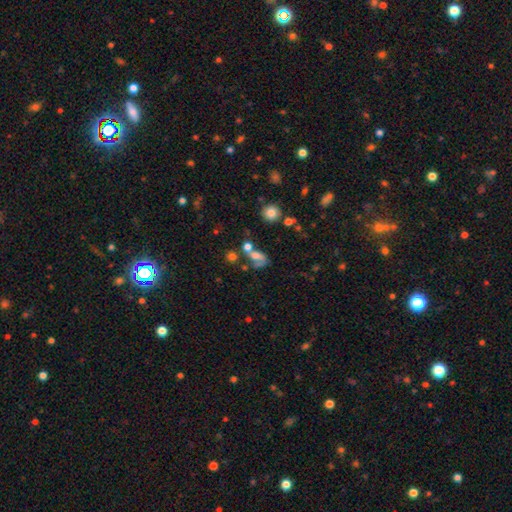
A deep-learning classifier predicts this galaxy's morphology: A smooth galaxy with no disk features (49%).

Vote fractions:
- Smooth or featured? smooth: 49% / featured or disk: 34% / star or artifact: 17%
- Merging? merger: 37% / none: 26% / major disturbance: 22% / minor disturbance: 15%